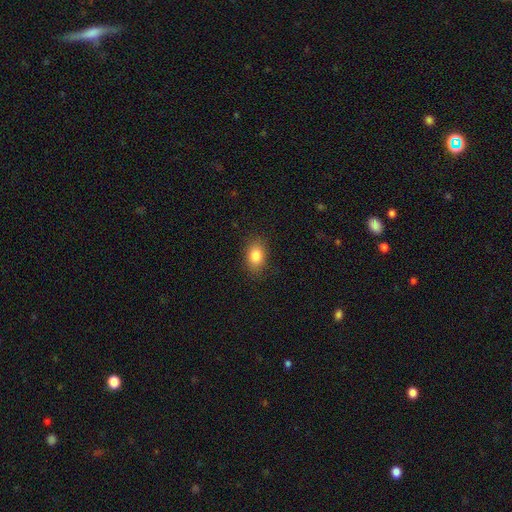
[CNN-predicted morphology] This appears to be a smooth galaxy with no disk features (83%) that is in between round and cigar-shaped (79%). Merging: none (85%).